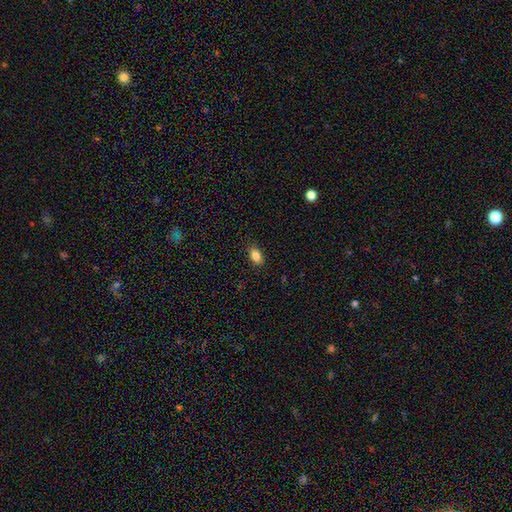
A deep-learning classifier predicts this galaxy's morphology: smooth-or-featured: smooth: 85% | star or artifact: 9% | featured or disk: 6%
  how-rounded: in between: 89% | round: 9% | cigar-shaped: 3%
  merging: none: 87% | minor disturbance: 10% | major disturbance: 2% | merger: 1%